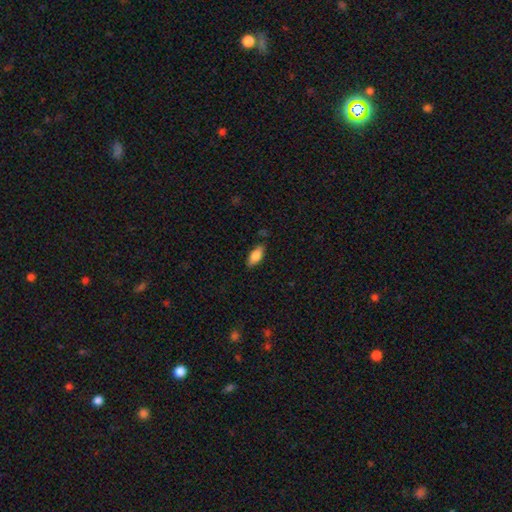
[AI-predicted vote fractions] Q: Smooth or featured?
A: smooth (84%); runner-up: featured or disk (10%)
Q: How rounded?
A: in between (85%); runner-up: cigar-shaped (13%)
Q: Merging?
A: none (81%); runner-up: minor disturbance (14%)